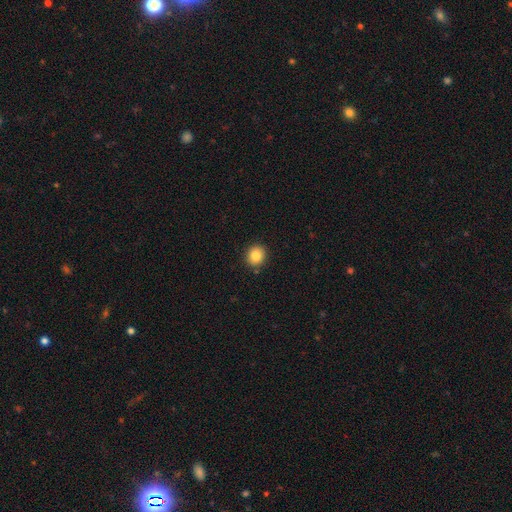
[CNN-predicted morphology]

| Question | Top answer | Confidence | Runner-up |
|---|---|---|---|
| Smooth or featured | smooth | 84% | star or artifact (10%) |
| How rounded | round | 88% | in between (12%) |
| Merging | none | 90% | minor disturbance (7%) |